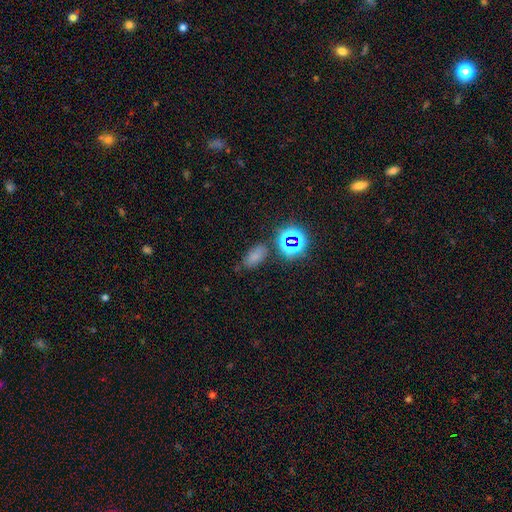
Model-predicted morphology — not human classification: smooth_or_featured: smooth (p=0.64) [alt: star or artifact p=0.28]
how_rounded: in between (p=0.88) [alt: round p=0.08]
merging: none (p=0.74) [alt: minor disturbance p=0.15]